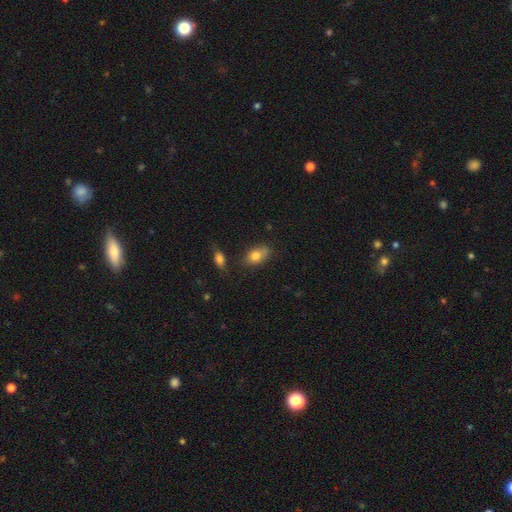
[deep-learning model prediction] Smooth or featured: smooth — 80% (featured or disk — 12%)
How rounded: in between — 85% (round — 12%)
Merging: none — 64% (minor disturbance — 24%)